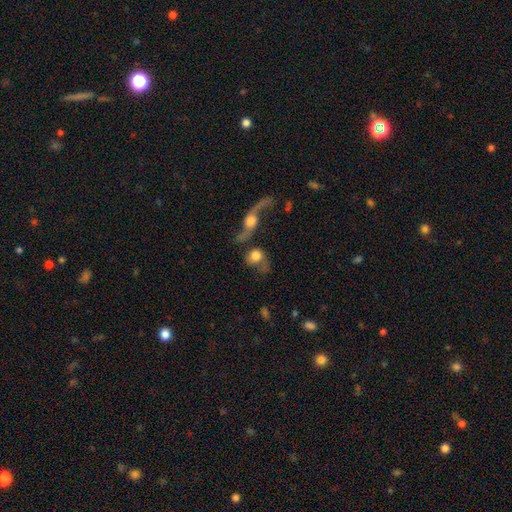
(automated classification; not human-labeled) Morphology: type=smooth (53%); roundness=round (59%); merging=merger (33%, tied with none).